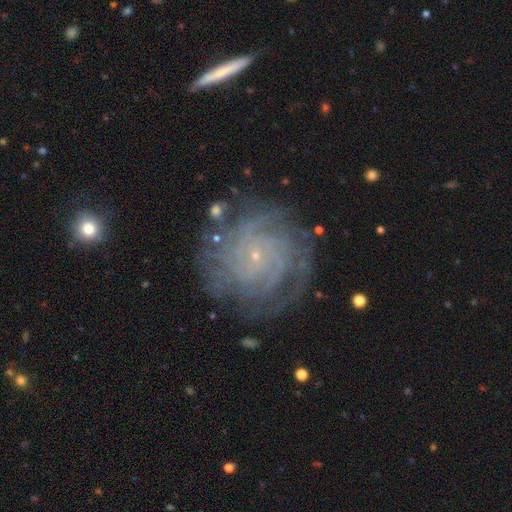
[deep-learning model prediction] Morphology: type=featured or disk (82%); edge-on=no (97%); bar=no (80%); spiral arms=yes (96%); winding=tight (80%); arm count=can't tell (32%); bulge=small (90%); merging=none (75%).